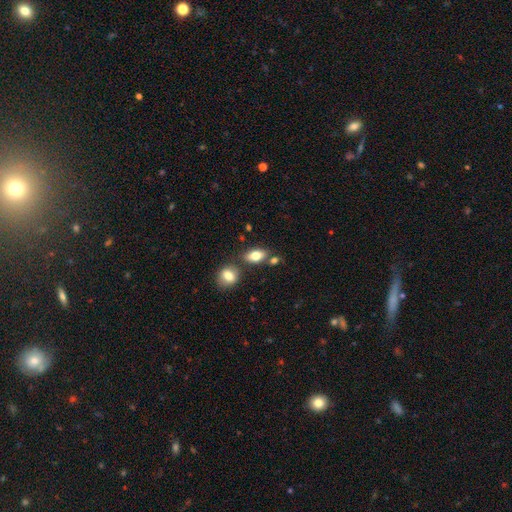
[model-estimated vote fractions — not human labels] Overall: smooth (78%). How rounded: in between (84%). Merging: none (68%).